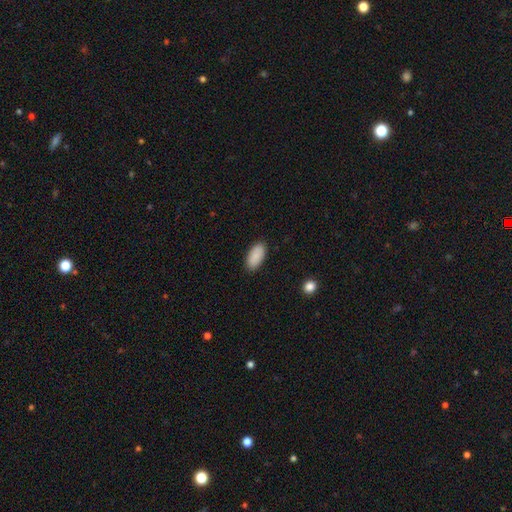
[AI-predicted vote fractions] This appears to be a smooth galaxy with no disk features (90%) that is in between round and cigar-shaped (93%). Merging: none (89%).